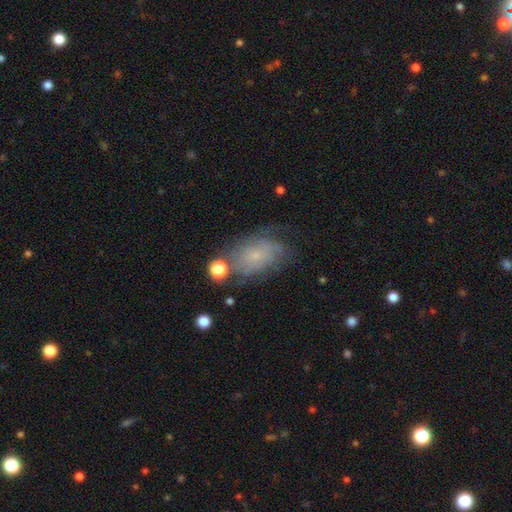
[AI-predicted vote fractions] This is marginally a smooth galaxy (44%). Merging: possibly none (53%).